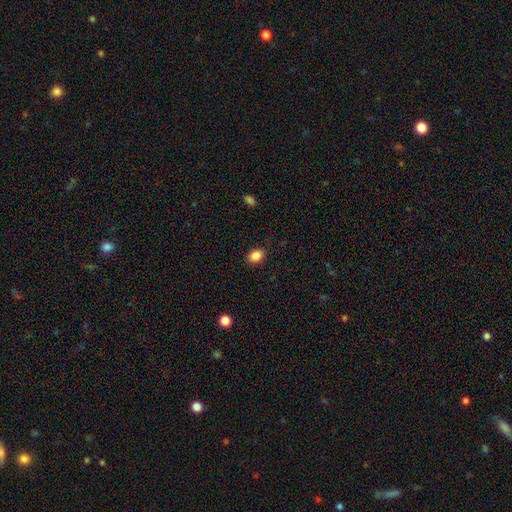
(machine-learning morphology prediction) smooth 87%, star or artifact 9%, featured or disk 4%. Down the decision tree: how rounded — in between (73%); merging — none (86%).